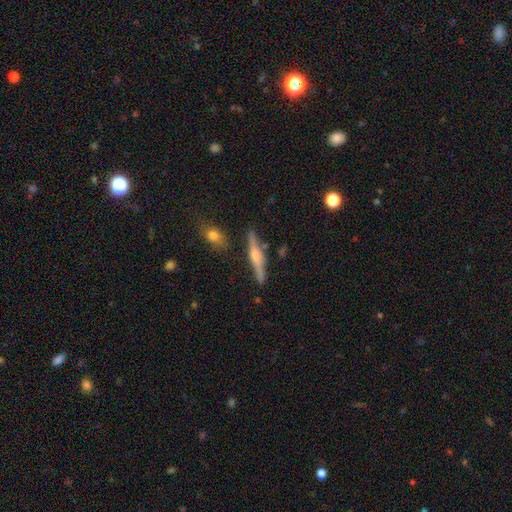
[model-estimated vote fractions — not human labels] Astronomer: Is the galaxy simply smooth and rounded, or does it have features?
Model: featured or disk — 72%.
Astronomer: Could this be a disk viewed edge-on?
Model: yes — 97%.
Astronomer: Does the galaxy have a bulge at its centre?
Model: rounded — 78%.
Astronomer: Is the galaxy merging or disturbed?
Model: none — 84%.